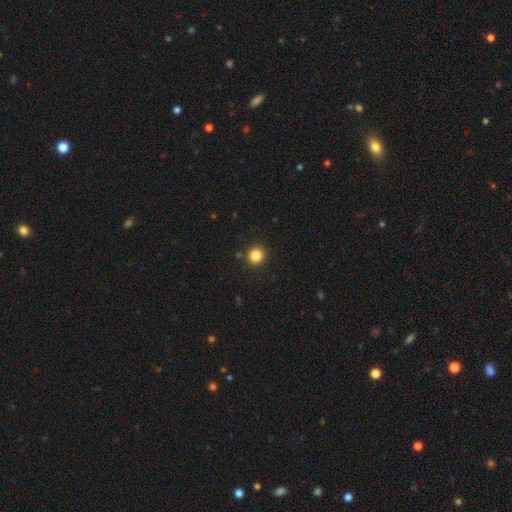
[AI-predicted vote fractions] This appears to be a smooth galaxy with no disk features (85%) that is round (92%). Merging: none (90%).